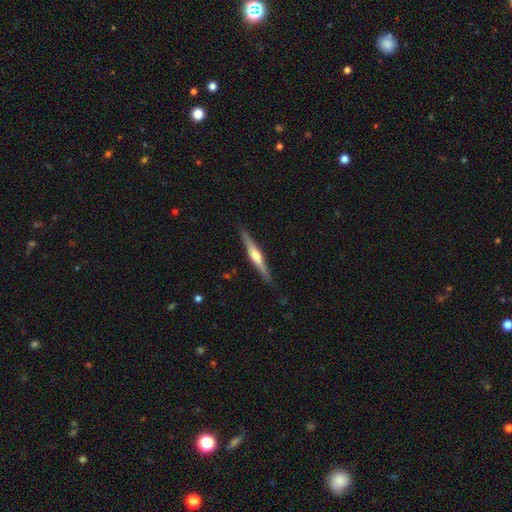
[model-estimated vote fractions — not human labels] featured or disk 65%, smooth 30%, star or artifact 5%. Down the decision tree: edge-on disk — yes (98%); edge-on bulge — rounded (81%); merging — none (88%).